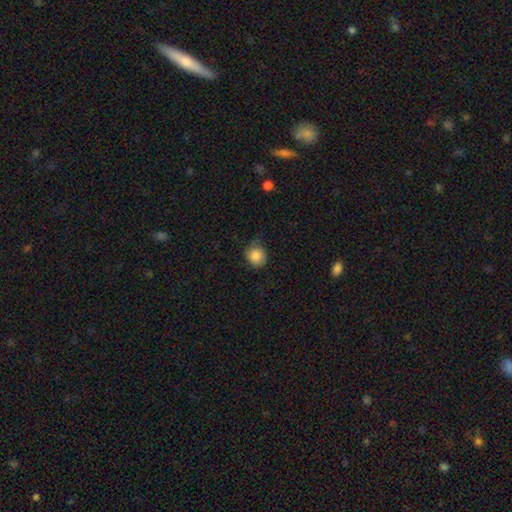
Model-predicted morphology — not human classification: This appears to be a smooth galaxy with no disk features (86%) that is round (86%). Merging: none (71%).